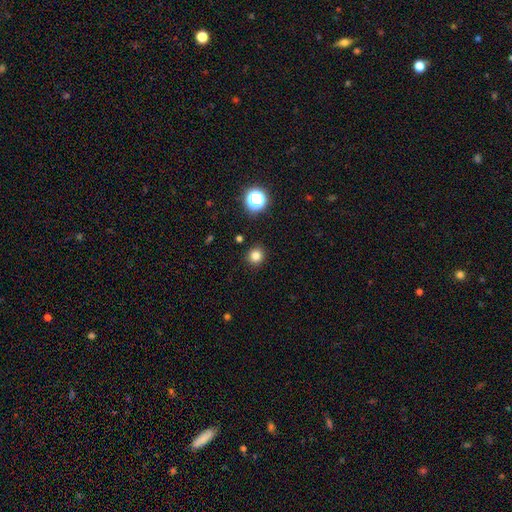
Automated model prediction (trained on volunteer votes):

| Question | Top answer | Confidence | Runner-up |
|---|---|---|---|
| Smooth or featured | smooth | 81% | star or artifact (15%) |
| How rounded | round | 93% | in between (6%) |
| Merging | none | 91% | minor disturbance (6%) |